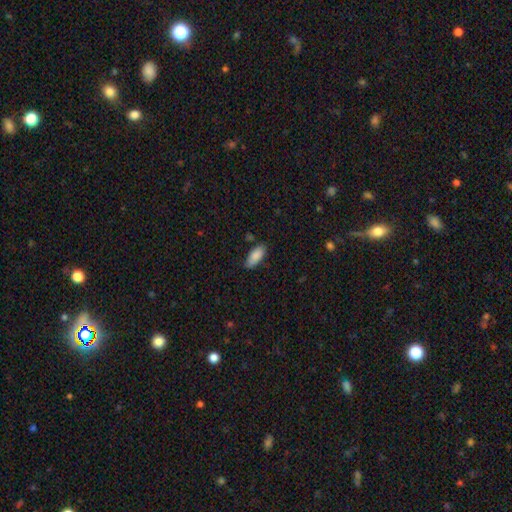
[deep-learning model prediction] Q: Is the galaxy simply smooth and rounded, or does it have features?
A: smooth — 87%.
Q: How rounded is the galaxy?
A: in between — 83%.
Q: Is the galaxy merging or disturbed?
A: none — 77%.